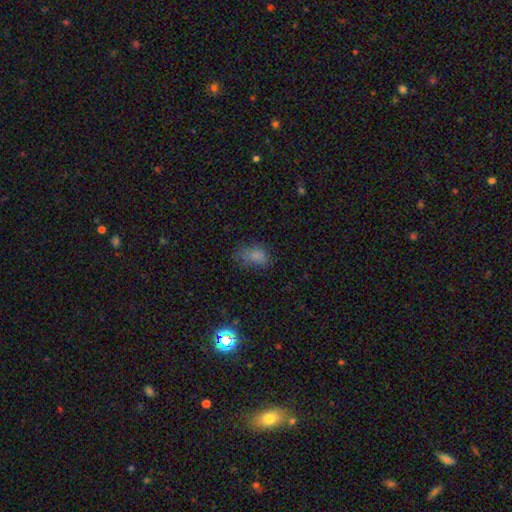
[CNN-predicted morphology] smooth_or_featured: smooth (p=0.75) [alt: star or artifact p=0.16]
how_rounded: in between (p=0.87) [alt: round p=0.11]
merging: none (p=0.52) [alt: minor disturbance p=0.30]